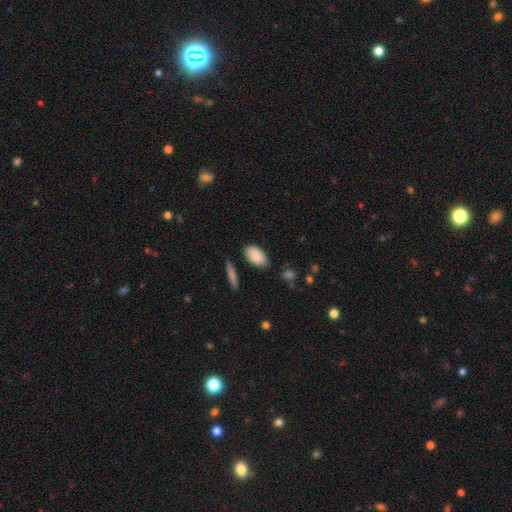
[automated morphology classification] Smooth or featured: smooth — 88% (star or artifact — 6%)
How rounded: in between — 93% (round — 4%)
Merging: none — 80% (minor disturbance — 13%)